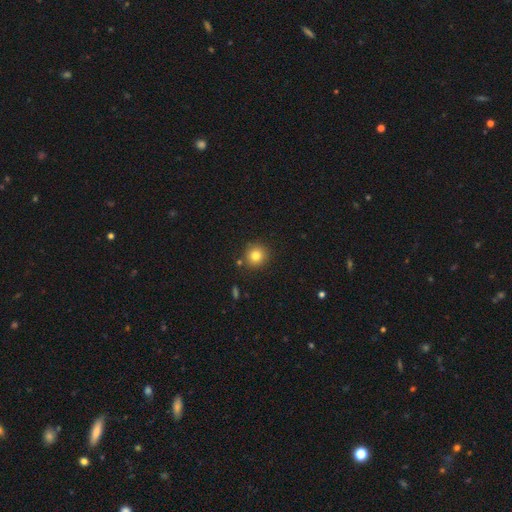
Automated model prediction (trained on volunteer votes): Smooth or featured? smooth (80%)
How rounded? round (92%)
Merging? none (86%)